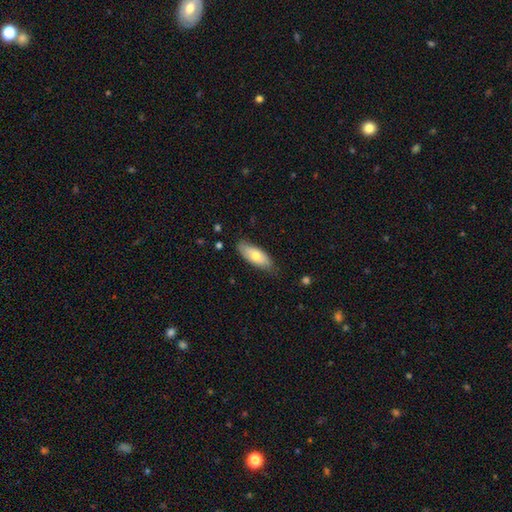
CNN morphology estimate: Smooth or featured?
  - smooth: 68% *
  - featured or disk: 26%
  - star or artifact: 6%
How rounded?
  - in between: 79% *
  - cigar-shaped: 18%
  - round: 2%
Merging?
  - none: 77% *
  - minor disturbance: 19%
  - major disturbance: 3%
  - merger: 1%